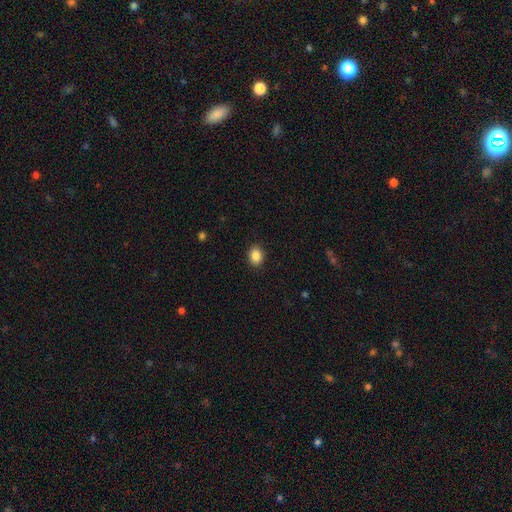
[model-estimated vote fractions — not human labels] This appears to be a smooth galaxy with no disk features (87%) that is in between round and cigar-shaped (51%). Merging: none (89%).